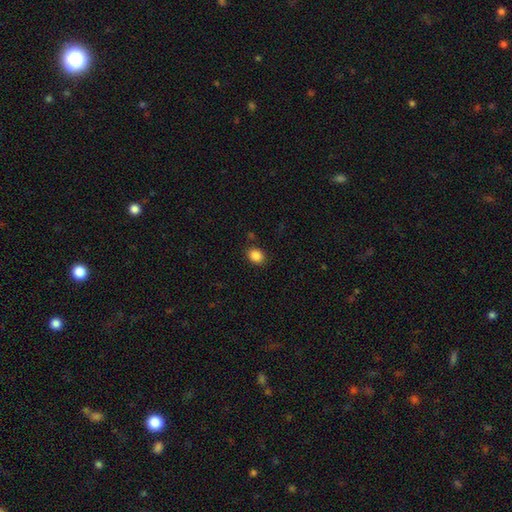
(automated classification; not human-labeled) The model was most divided on "how rounded": in between: 57%, round: 42%, cigar-shaped: 1%. More confident: merging — none (87%); smooth or featured — smooth (86%).